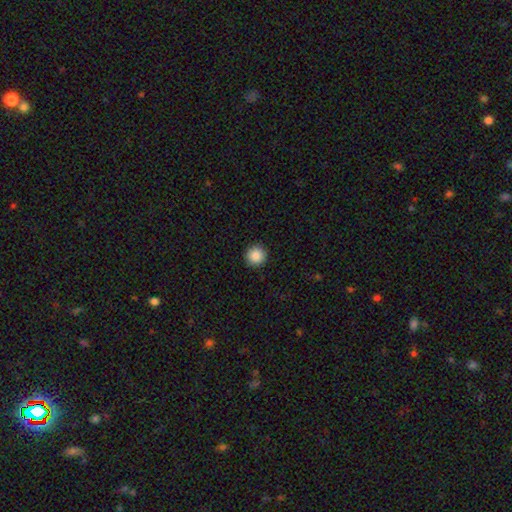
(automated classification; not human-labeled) Q: Smooth or featured?
A: smooth (87%); runner-up: star or artifact (9%)
Q: How rounded?
A: round (96%); runner-up: in between (3%)
Q: Merging?
A: none (93%); runner-up: minor disturbance (4%)